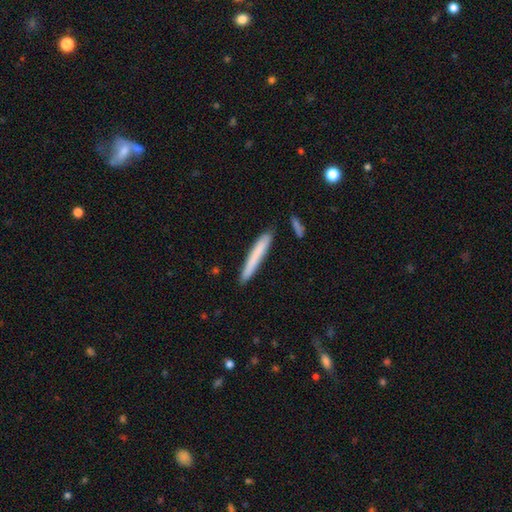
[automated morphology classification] Overall: smooth (74%). How rounded: cigar-shaped (96%). Merging: none (87%).